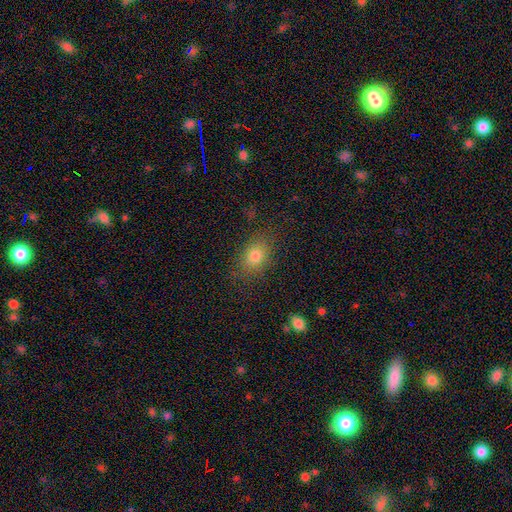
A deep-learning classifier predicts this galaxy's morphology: Q: Smooth or featured?
A: smooth (79%); runner-up: star or artifact (11%)
Q: How rounded?
A: in between (71%); runner-up: round (27%)
Q: Merging?
A: none (80%); runner-up: minor disturbance (14%)